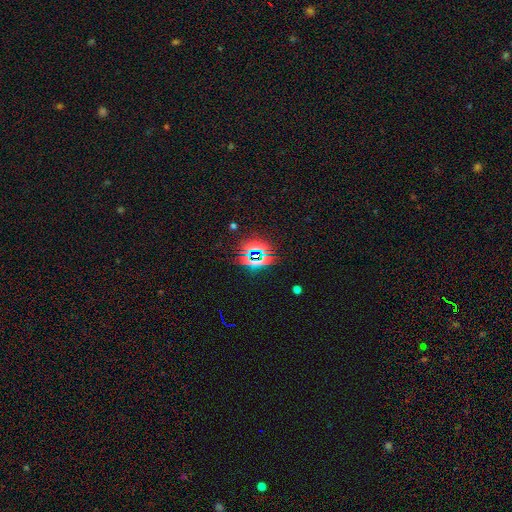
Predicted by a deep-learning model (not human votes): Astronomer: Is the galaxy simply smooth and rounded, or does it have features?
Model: star or artifact — 70%.